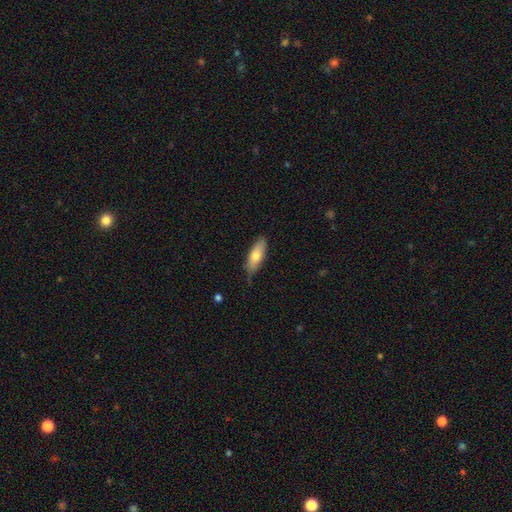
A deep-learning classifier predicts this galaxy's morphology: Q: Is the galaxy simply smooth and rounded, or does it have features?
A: smooth — 72%.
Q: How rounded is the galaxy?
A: in between — 66%.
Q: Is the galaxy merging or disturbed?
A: none — 68%.